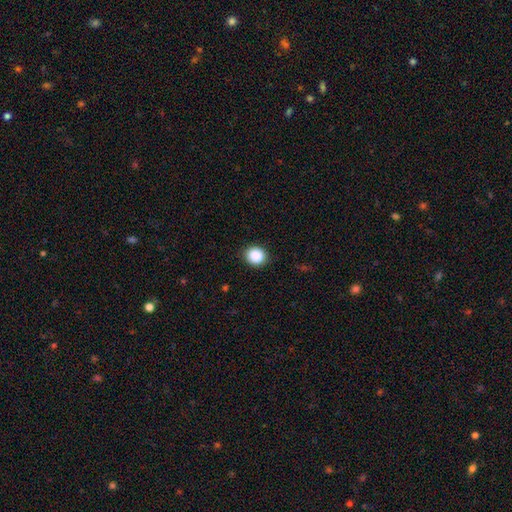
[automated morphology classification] smooth-or-featured: smooth: 89% | star or artifact: 9% | featured or disk: 3%
  how-rounded: round: 82% | in between: 17% | cigar-shaped: 1%
  merging: none: 90% | minor disturbance: 7% | major disturbance: 2% | merger: 1%